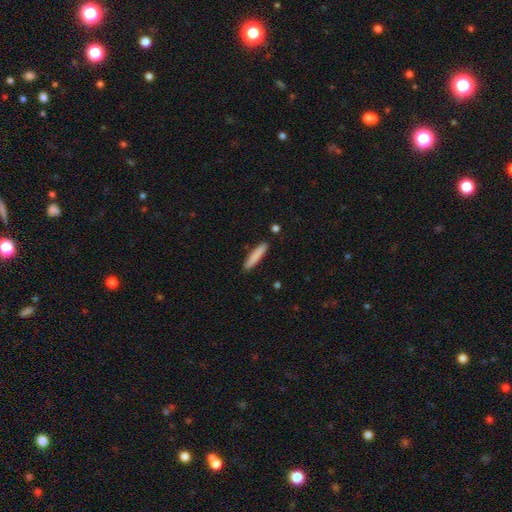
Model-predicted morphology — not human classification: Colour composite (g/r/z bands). It shows a smooth galaxy with no disk features (83%) that is cigar-shaped (90%). Merging: none (88%).